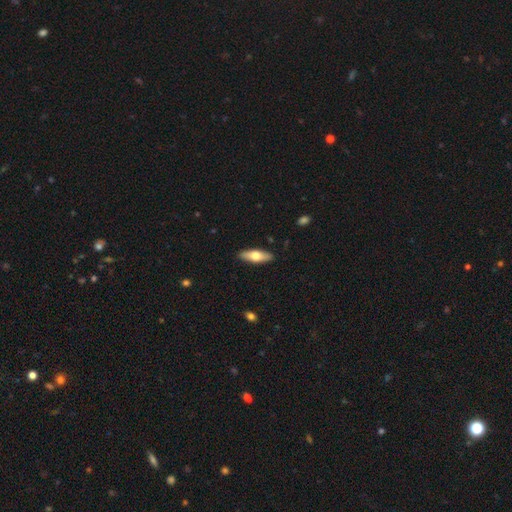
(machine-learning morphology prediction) The model was most divided on "how rounded": in between: 55%, cigar-shaped: 43%, round: 2%. More confident: merging — none (90%); smooth or featured — smooth (59%).